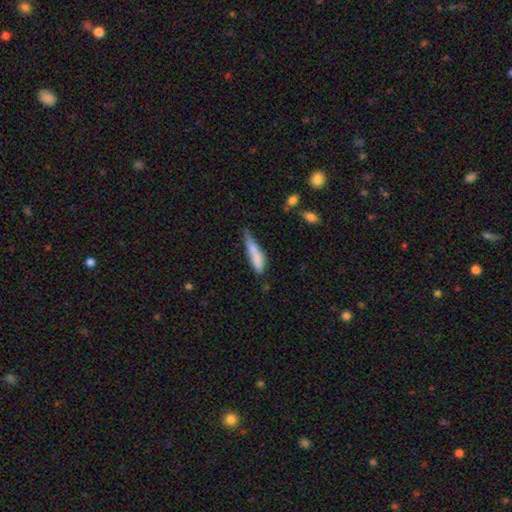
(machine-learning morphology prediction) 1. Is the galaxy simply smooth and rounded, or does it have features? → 74% smooth, 19% featured or disk, 7% star or artifact.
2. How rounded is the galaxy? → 79% cigar-shaped, 19% in between, 2% round.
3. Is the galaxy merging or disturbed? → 39% none, 38% minor disturbance, 14% major disturbance, 9% merger.